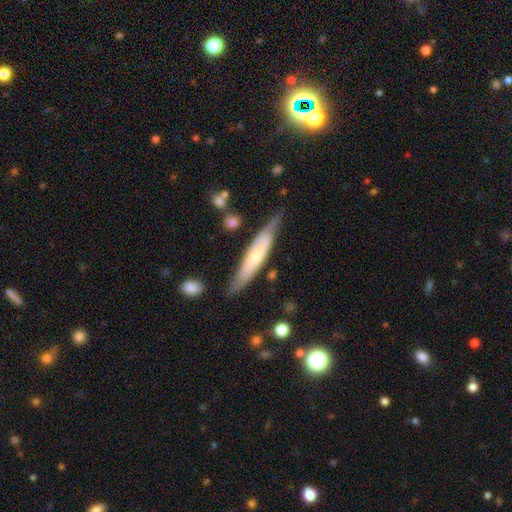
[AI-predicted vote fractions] Overall: featured or disk (48%; smooth 46%). Merging: none (70%).